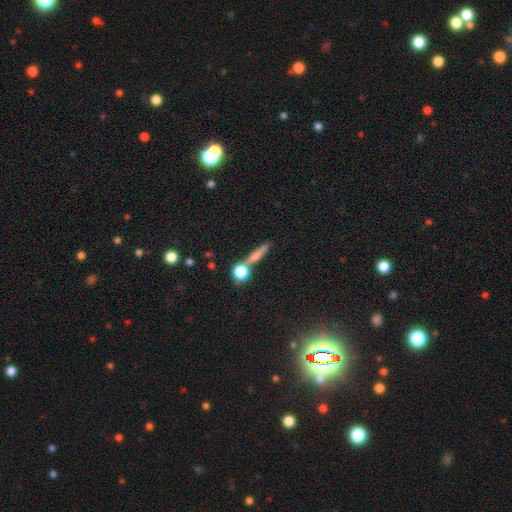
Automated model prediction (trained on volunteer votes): Smooth or featured: smooth — 64% (featured or disk — 22%)
How rounded: cigar-shaped — 59% (round — 24%)
Merging: none — 64% (merger — 20%)